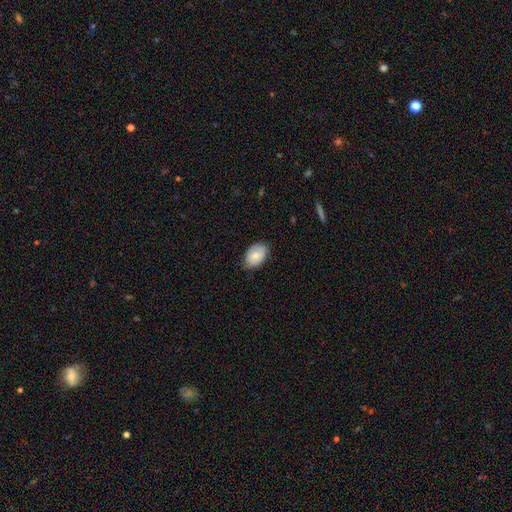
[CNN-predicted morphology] type=smooth (73%); roundness=in between (86%); merging=none (77%).